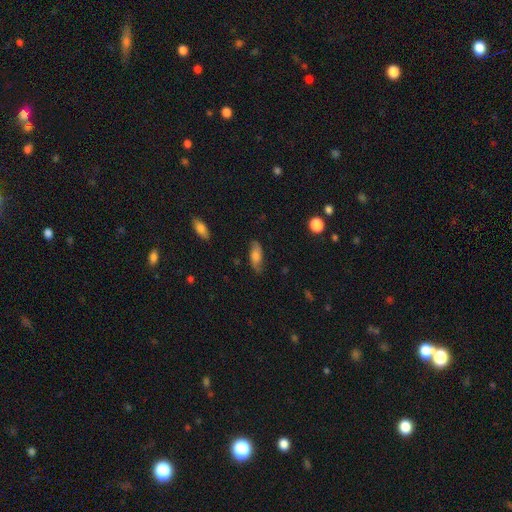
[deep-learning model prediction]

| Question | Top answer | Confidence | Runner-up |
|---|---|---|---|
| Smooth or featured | smooth | 55% | featured or disk (36%) |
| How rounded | in between | 76% | cigar-shaped (20%) |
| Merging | none | 74% | minor disturbance (19%) |